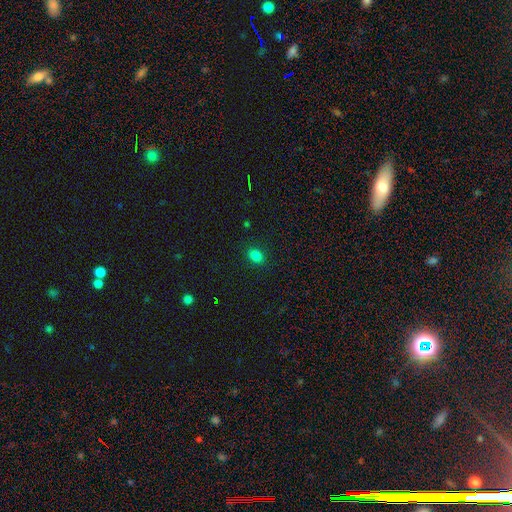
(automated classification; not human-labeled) Smooth or featured?
  - smooth: 83% *
  - star or artifact: 13%
  - featured or disk: 4%
How rounded?
  - in between: 74% *
  - round: 24%
  - cigar-shaped: 1%
Merging?
  - none: 89% *
  - minor disturbance: 8%
  - major disturbance: 2%
  - merger: 1%